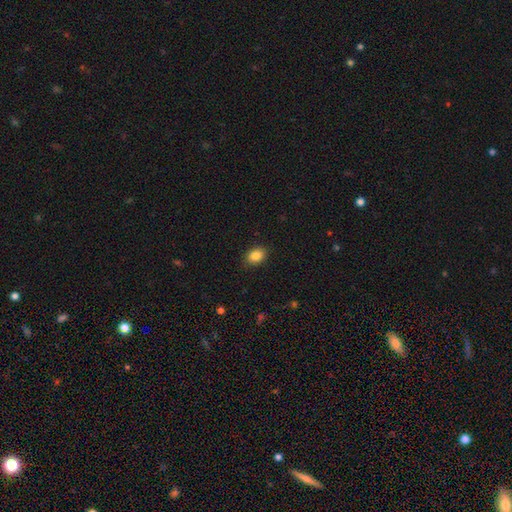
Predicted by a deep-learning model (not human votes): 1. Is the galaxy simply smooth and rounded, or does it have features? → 86% smooth, 9% star or artifact, 5% featured or disk.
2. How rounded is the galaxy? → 73% in between, 26% round, 1% cigar-shaped.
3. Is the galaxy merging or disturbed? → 87% none, 10% minor disturbance, 2% major disturbance, 1% merger.